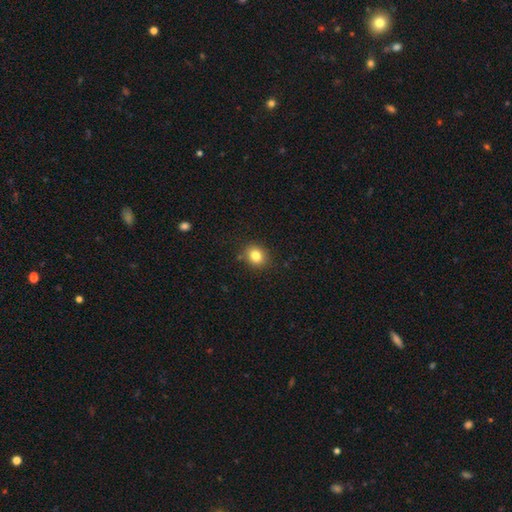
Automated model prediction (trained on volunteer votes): Q: Smooth or featured?
A: smooth (82%); runner-up: star or artifact (11%)
Q: How rounded?
A: round (69%); runner-up: in between (31%)
Q: Merging?
A: none (86%); runner-up: minor disturbance (10%)